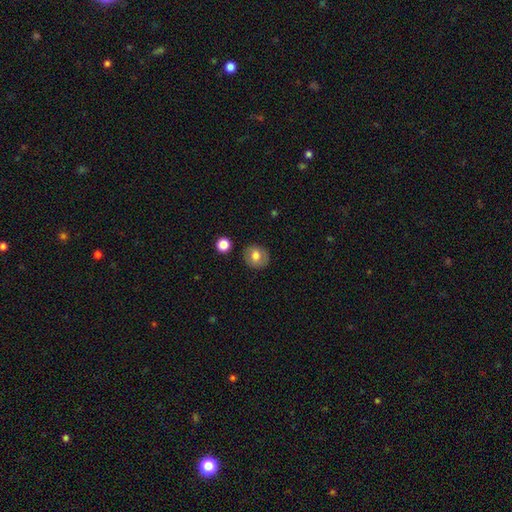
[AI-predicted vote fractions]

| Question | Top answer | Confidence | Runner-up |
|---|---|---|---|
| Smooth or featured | smooth | 75% | featured or disk (16%) |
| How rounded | round | 81% | in between (18%) |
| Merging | none | 87% | minor disturbance (9%) |